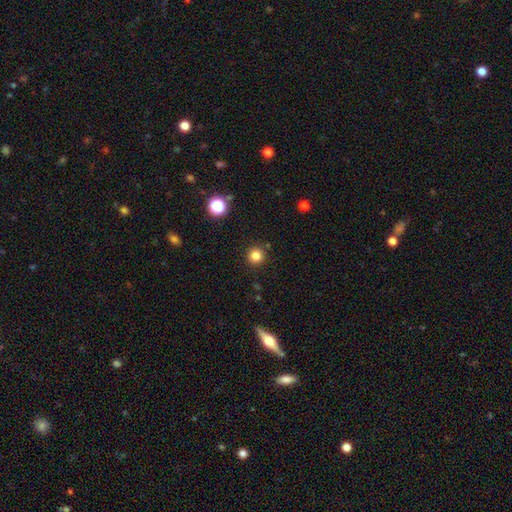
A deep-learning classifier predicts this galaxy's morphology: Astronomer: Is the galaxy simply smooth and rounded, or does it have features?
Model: smooth — 83%.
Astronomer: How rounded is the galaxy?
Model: round — 94%.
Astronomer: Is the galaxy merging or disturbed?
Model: none — 90%.